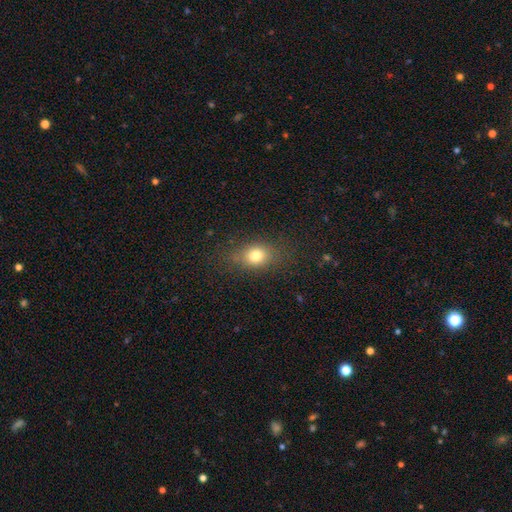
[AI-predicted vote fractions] A smooth galaxy with no disk features (77%) that is in between round and cigar-shaped (55%). Merging: none (78%).